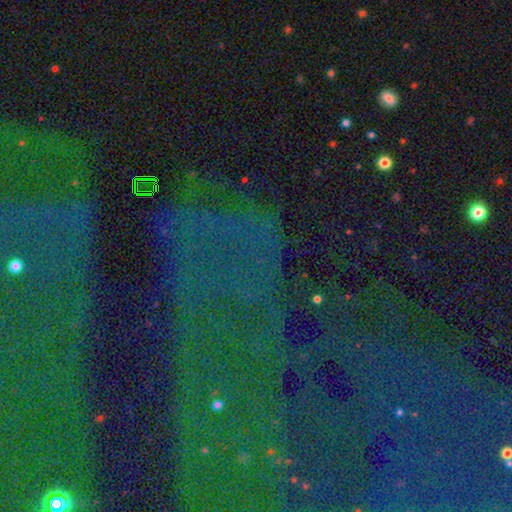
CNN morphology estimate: The model was most divided on "smooth or featured": star or artifact: 84%, featured or disk: 8%, smooth: 8%.